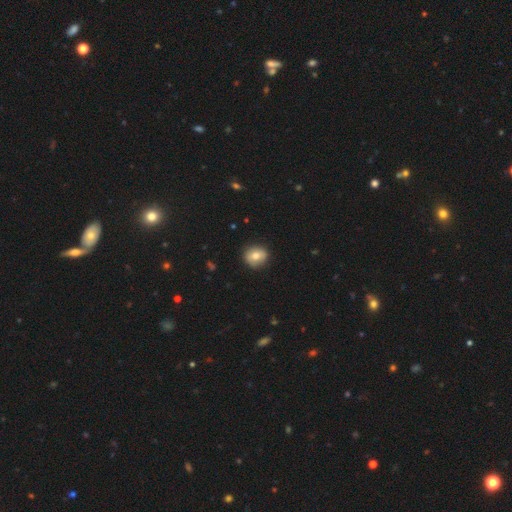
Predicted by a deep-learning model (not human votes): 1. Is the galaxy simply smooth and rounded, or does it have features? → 74% smooth, 18% featured or disk, 8% star or artifact.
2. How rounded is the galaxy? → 79% round, 20% in between, 1% cigar-shaped.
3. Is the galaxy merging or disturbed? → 86% none, 10% minor disturbance, 2% major disturbance, 1% merger.